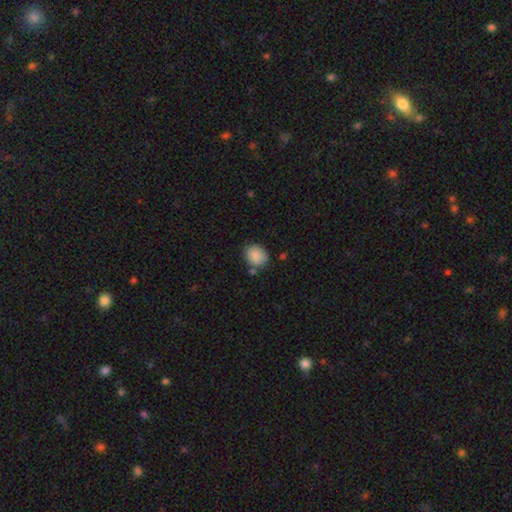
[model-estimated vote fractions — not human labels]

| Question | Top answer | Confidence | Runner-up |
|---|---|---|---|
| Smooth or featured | smooth | 87% | star or artifact (8%) |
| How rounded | round | 65% | in between (34%) |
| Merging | none | 73% | minor disturbance (15%) |